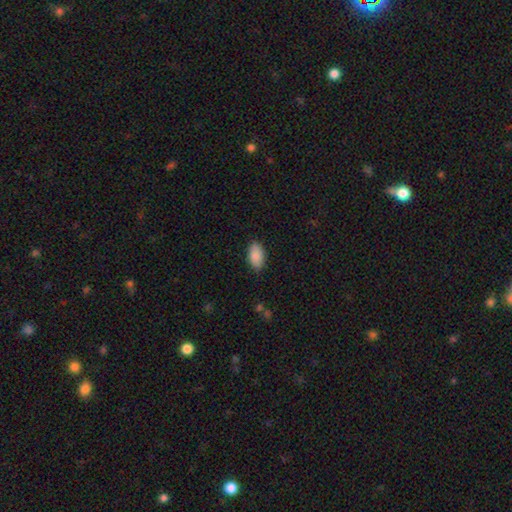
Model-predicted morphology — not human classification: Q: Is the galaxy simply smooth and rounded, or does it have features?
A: smooth — 89%.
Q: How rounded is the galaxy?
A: in between — 94%.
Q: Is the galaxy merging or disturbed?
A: none — 85%.